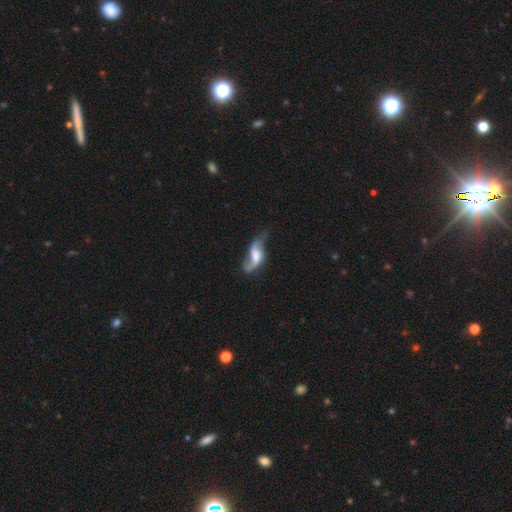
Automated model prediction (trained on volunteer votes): Q: Smooth or featured?
A: featured or disk (71%); runner-up: smooth (22%)
Q: Edge-on disk?
A: no (92%); runner-up: yes (8%)
Q: Bar?
A: weak (43%); runner-up: no (41%)
Q: Spiral arms?
A: yes (89%); runner-up: no (11%)
Q: Spiral winding?
A: loose (75%); runner-up: medium (20%)
Q: Spiral arm count?
A: 2 (84%); runner-up: 1 (7%)
Q: Bulge size?
A: moderate (47%); runner-up: small (22%)
Q: Merging?
A: none (44%); runner-up: minor disturbance (28%)